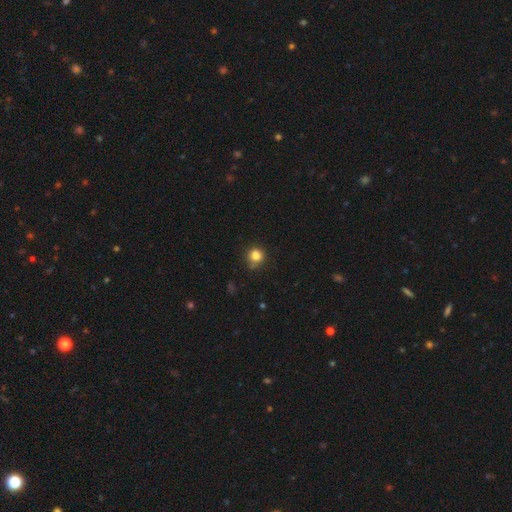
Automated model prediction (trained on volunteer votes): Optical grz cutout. It shows a smooth galaxy with no disk features (82%) that is round (87%). Merging: none (71%).